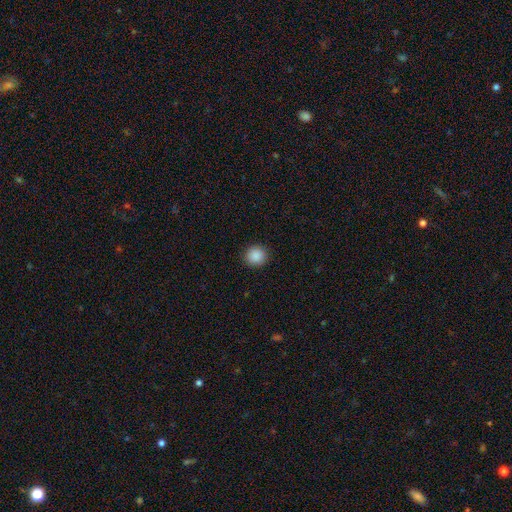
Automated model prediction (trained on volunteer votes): Smooth or featured? smooth (89%)
How rounded? round (92%)
Merging? none (92%)